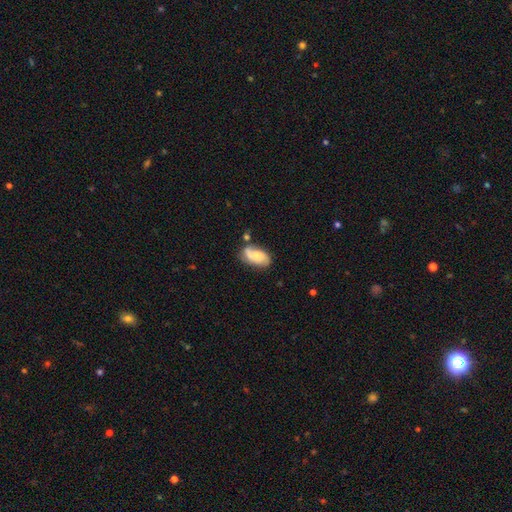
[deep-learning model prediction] This appears to be a smooth galaxy with no disk features (47%). Merging: none (54%).